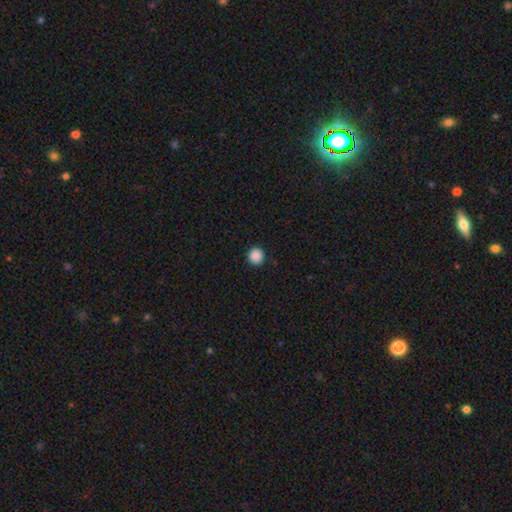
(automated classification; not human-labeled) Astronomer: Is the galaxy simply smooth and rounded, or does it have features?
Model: smooth — 89%.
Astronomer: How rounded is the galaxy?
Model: round — 92%.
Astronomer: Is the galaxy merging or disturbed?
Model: none — 92%.